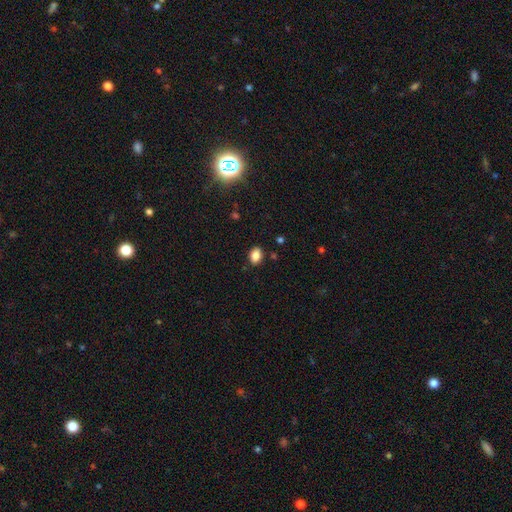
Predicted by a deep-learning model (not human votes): The model was most divided on "how rounded": in between: 79%, round: 20%, cigar-shaped: 1%. More confident: merging — none (87%); smooth or featured — smooth (85%).